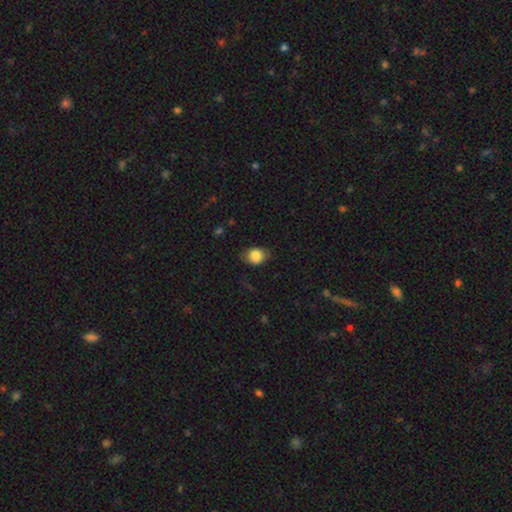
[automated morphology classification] The model was most divided on "how rounded": round: 58%, in between: 41%, cigar-shaped: 1%. More confident: smooth or featured — smooth (84%); merging — none (73%).